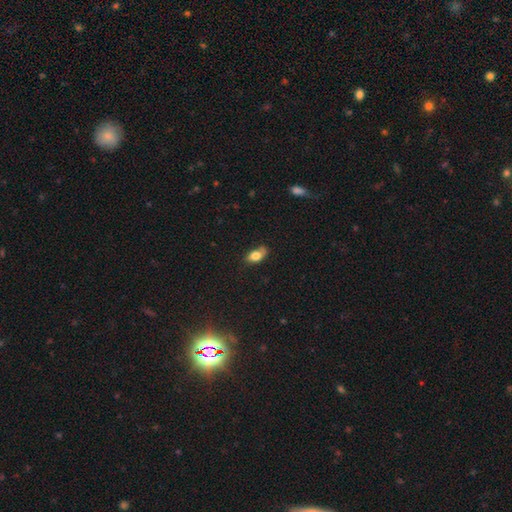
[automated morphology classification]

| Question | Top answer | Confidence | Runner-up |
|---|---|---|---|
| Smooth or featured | smooth | 79% | featured or disk (12%) |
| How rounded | in between | 86% | round (9%) |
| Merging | none | 58% | minor disturbance (30%) |